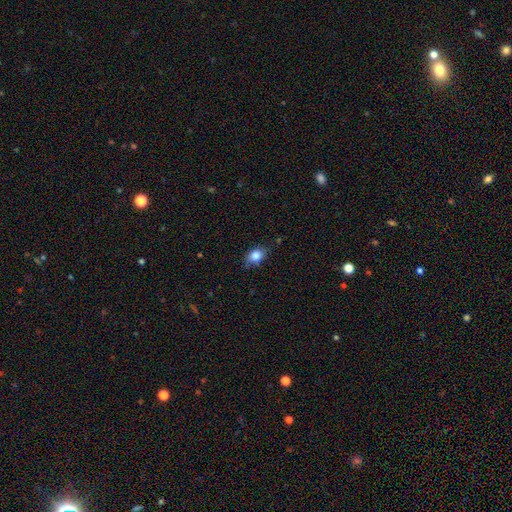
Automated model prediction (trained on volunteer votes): This is clearly a smooth galaxy (83%). How rounded: likely in between (68%). Merging: likely none (70%).